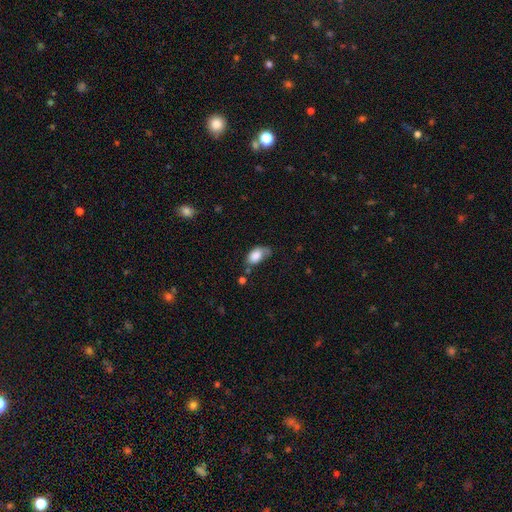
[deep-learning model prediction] smooth 81%, featured or disk 11%, star or artifact 8%. Down the decision tree: how rounded — in between (90%); merging — none (37%, tied with minor disturbance).